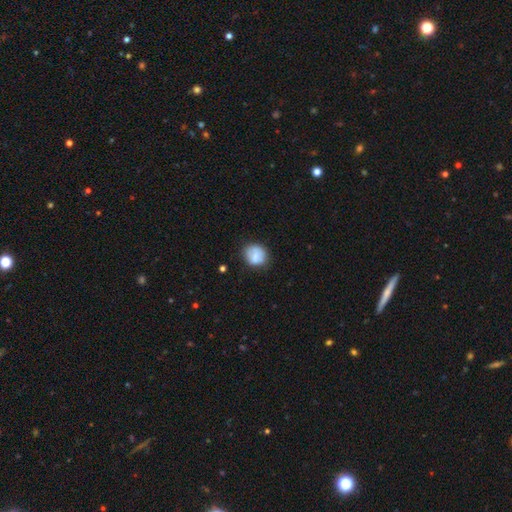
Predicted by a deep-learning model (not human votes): Smooth or featured? Predicted: smooth (p=0.73). How rounded? Predicted: round (p=0.75). Merging? Predicted: none (p=0.70).